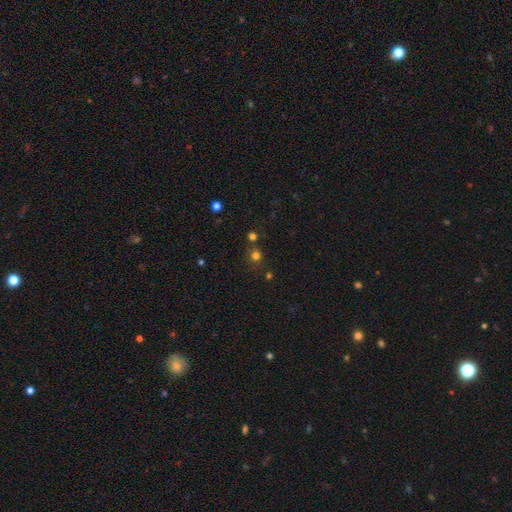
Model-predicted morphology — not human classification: A smooth galaxy with no disk features (68%) that is round (89%). Merging: none (77%).